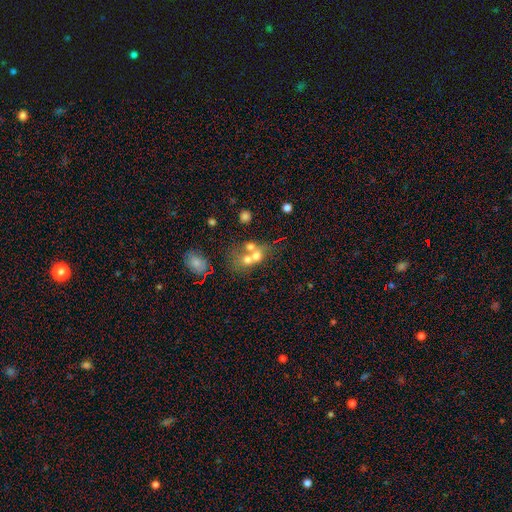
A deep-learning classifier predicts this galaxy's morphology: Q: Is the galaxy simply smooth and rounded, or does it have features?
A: smooth — 59%.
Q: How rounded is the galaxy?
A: round — 65%.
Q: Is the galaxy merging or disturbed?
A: merger — 64%.